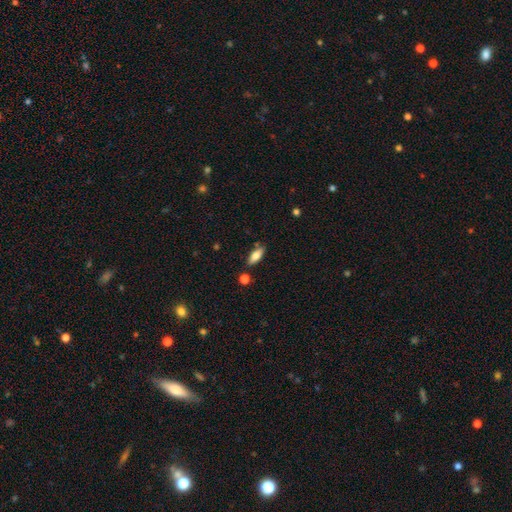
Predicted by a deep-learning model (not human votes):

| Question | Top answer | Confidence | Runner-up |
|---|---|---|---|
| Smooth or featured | smooth | 76% | featured or disk (17%) |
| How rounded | in between | 71% | cigar-shaped (26%) |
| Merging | none | 79% | minor disturbance (13%) |